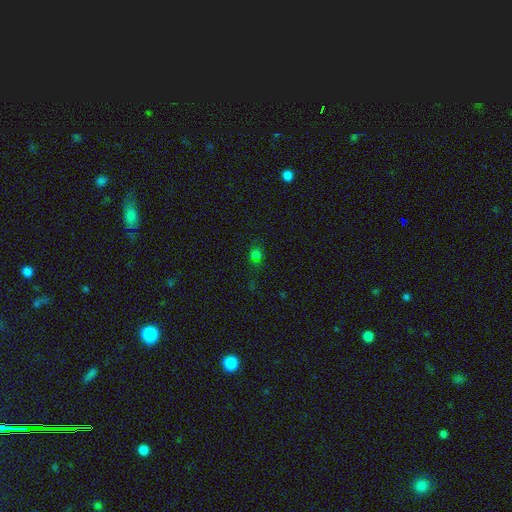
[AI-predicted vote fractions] Smooth or featured?
  - smooth: 66% *
  - star or artifact: 28%
  - featured or disk: 6%
How rounded?
  - round: 77% *
  - in between: 21%
  - cigar-shaped: 2%
Merging?
  - none: 72% *
  - minor disturbance: 16%
  - major disturbance: 8%
  - merger: 4%